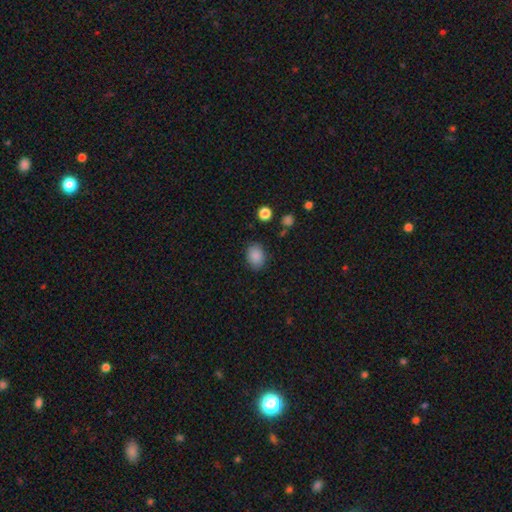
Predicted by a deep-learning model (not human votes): Smooth or featured: smooth — 86% (star or artifact — 9%)
How rounded: in between — 68% (round — 32%)
Merging: none — 82% (minor disturbance — 13%)